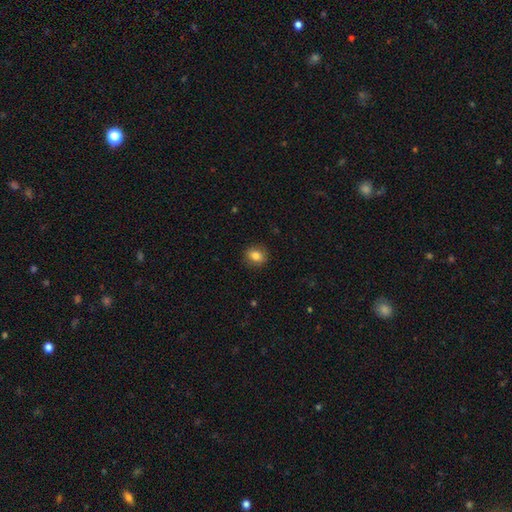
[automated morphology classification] smooth-or-featured: smooth: 83% | star or artifact: 9% | featured or disk: 8%
  how-rounded: round: 64% | in between: 35% | cigar-shaped: 1%
  merging: none: 88% | minor disturbance: 8% | major disturbance: 2% | merger: 1%